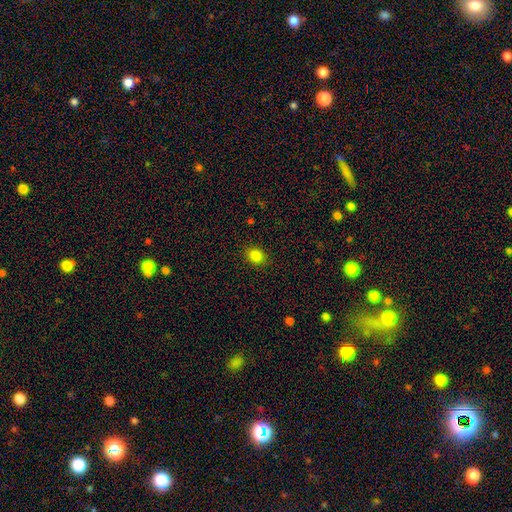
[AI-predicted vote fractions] Smooth or featured? Predicted: smooth (p=0.84). How rounded? Predicted: round (p=0.52). Merging? Predicted: none (p=0.89).